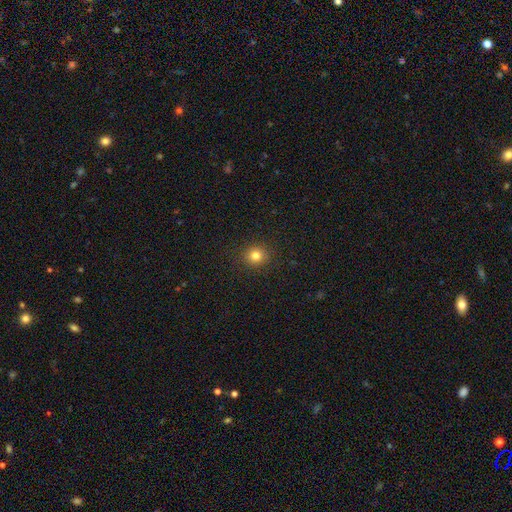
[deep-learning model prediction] This appears to be a smooth galaxy with no disk features (80%) that is round (88%). Merging: none (90%).